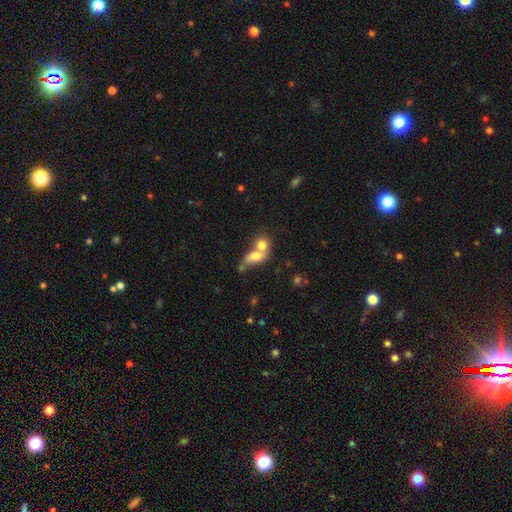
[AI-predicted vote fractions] Smooth or featured: smooth — 70% (featured or disk — 20%)
How rounded: in between — 68% (round — 25%)
Merging: merger — 67% (none — 21%)